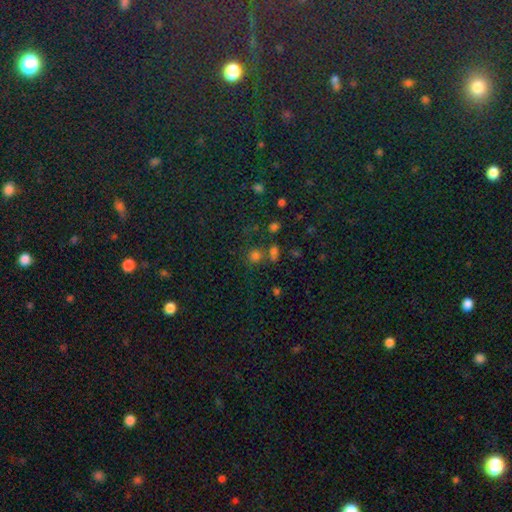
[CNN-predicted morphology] A smooth galaxy with no disk features (67%) that is round (82%). Merging: none (63%).